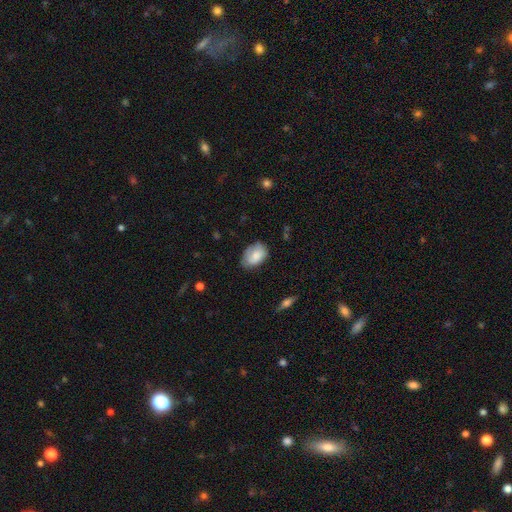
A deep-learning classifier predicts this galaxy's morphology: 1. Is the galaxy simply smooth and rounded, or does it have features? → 79% smooth, 14% featured or disk, 7% star or artifact.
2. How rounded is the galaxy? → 86% in between, 13% round, 1% cigar-shaped.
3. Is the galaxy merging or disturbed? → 62% none, 30% minor disturbance, 7% major disturbance, 2% merger.